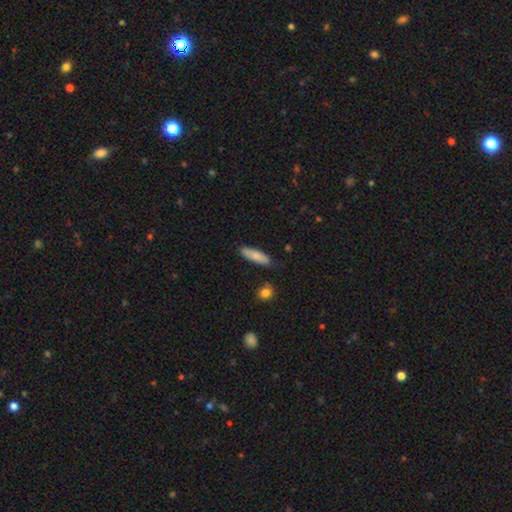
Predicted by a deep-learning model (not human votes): The model was most divided on "how rounded": cigar-shaped: 54%, in between: 44%, round: 2%. More confident: merging — none (82%); smooth or featured — smooth (81%).